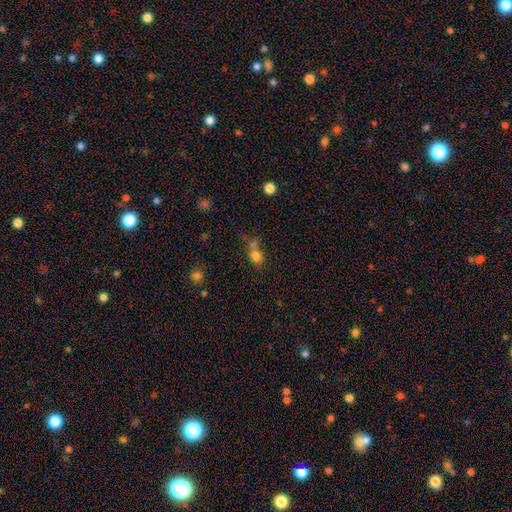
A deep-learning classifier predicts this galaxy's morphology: smooth-or-featured: smooth: 75% | star or artifact: 14% | featured or disk: 11%
  how-rounded: round: 54% | in between: 43% | cigar-shaped: 2%
  merging: merger: 41% | none: 38% | minor disturbance: 14% | major disturbance: 8%